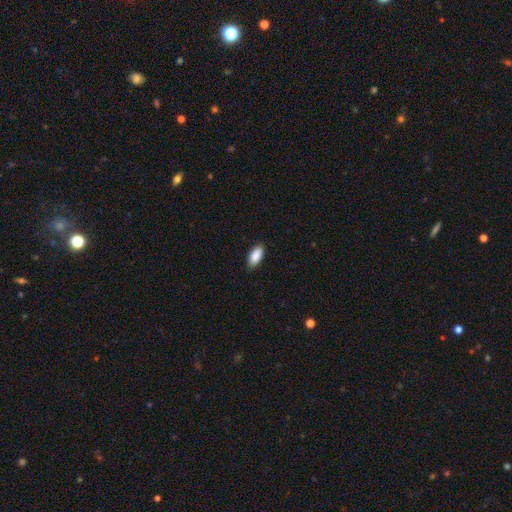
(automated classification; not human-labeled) Smooth or featured: smooth — 90% (star or artifact — 6%)
How rounded: in between — 90% (cigar-shaped — 8%)
Merging: none — 87% (minor disturbance — 10%)